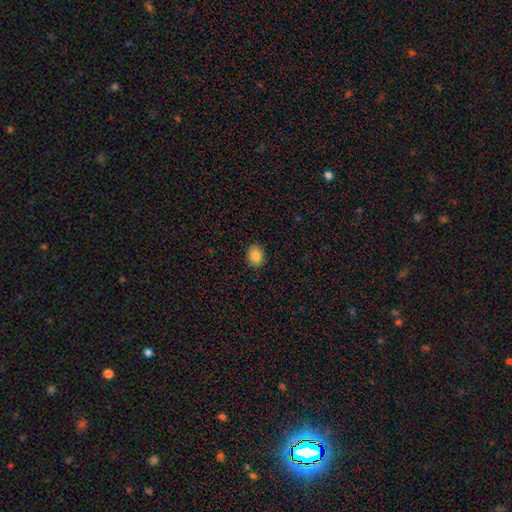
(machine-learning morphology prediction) Overall: smooth (86%). How rounded: in between (56%; round 43%). Merging: none (89%).